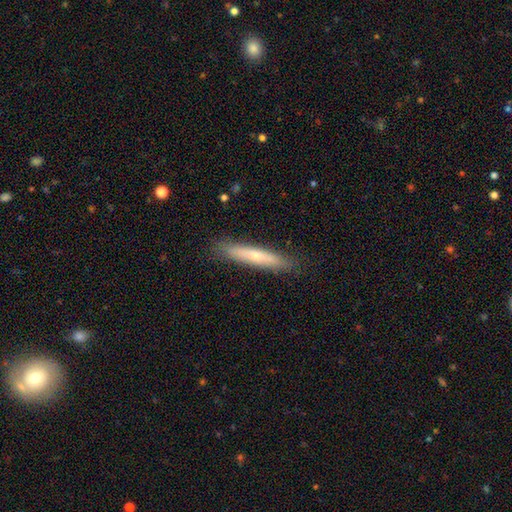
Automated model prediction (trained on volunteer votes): Morphology: type=smooth (52%); roundness=cigar-shaped (91%); merging=none (87%).